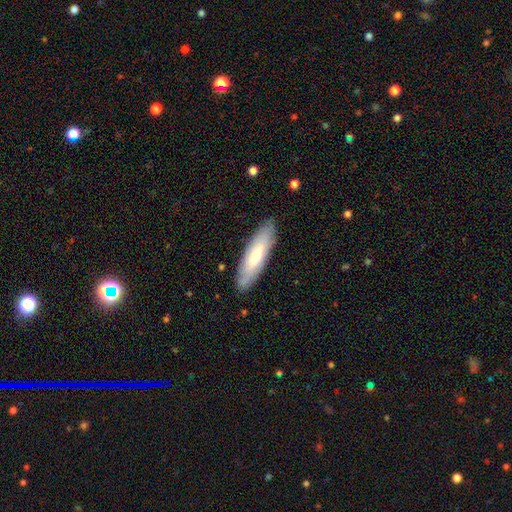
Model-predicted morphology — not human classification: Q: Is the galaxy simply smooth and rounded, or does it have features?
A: smooth — 64%.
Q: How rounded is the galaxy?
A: cigar-shaped — 61%.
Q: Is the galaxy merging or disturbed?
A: none — 86%.